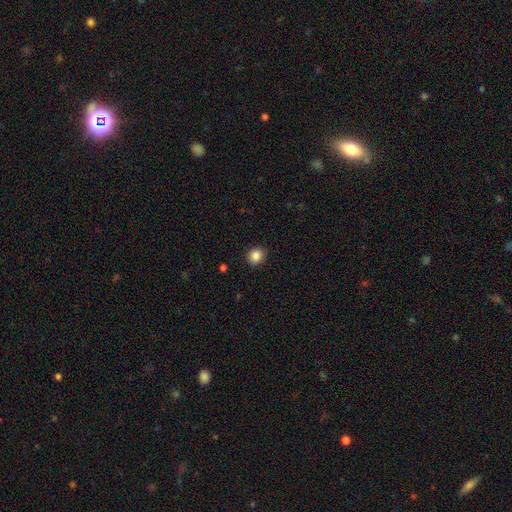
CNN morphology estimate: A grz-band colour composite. It shows a smooth galaxy with no disk features (87%) that is round (81%). Merging: none (90%).